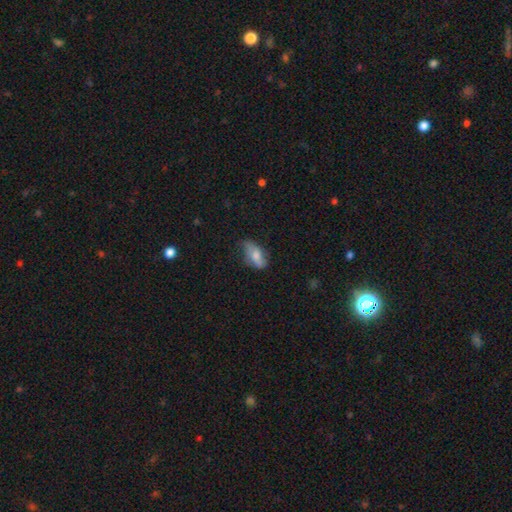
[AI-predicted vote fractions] smooth_or_featured: smooth (p=0.63) [alt: featured or disk p=0.29]
how_rounded: in between (p=0.88) [alt: cigar-shaped p=0.08]
merging: none (p=0.46) [alt: minor disturbance p=0.37]